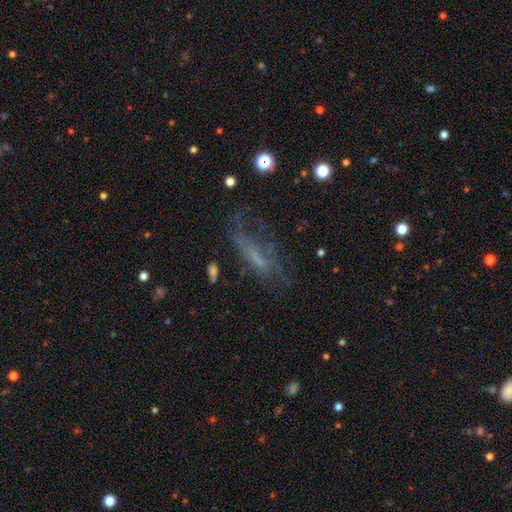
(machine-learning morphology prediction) type=featured or disk (43%); merging=none (44%).